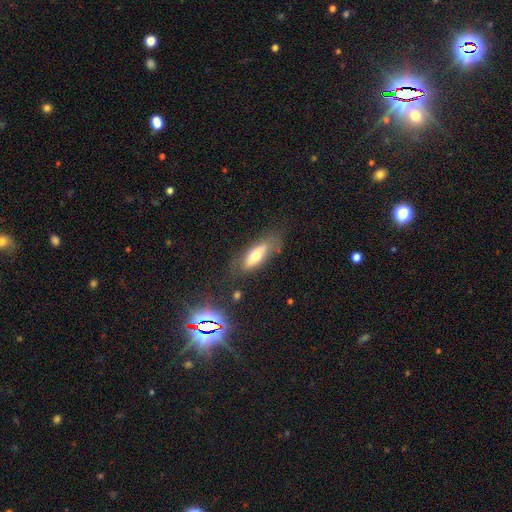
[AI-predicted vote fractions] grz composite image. It shows a smooth galaxy with no disk features (59%) that is in between round and cigar-shaped (64%). Merging: none (69%).